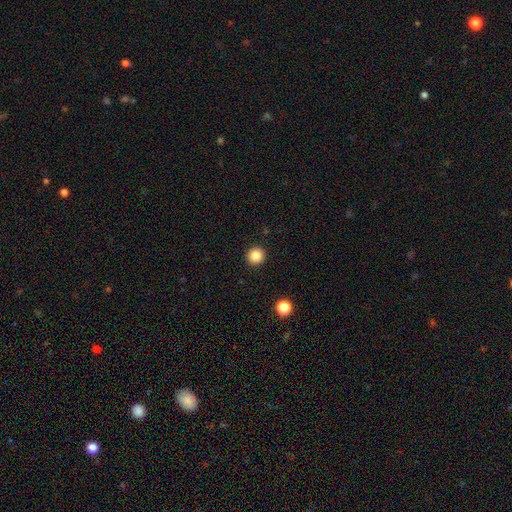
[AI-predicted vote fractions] This appears to be a smooth galaxy with no disk features (85%) that is round (94%). Merging: none (93%).